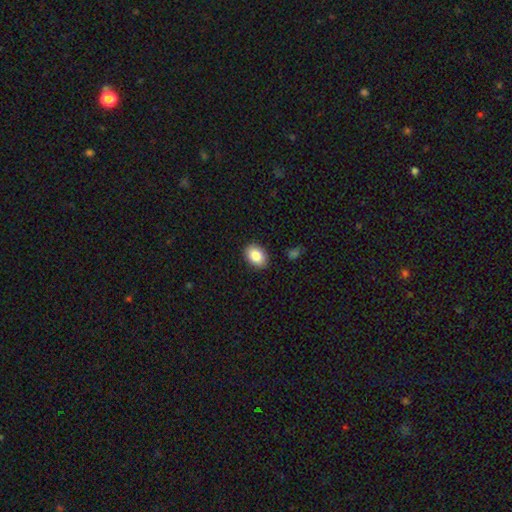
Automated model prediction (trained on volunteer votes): smooth-or-featured: smooth: 85% | star or artifact: 7% | featured or disk: 7%
  how-rounded: in between: 79% | round: 20% | cigar-shaped: 1%
  merging: none: 89% | minor disturbance: 8% | major disturbance: 2% | merger: 1%